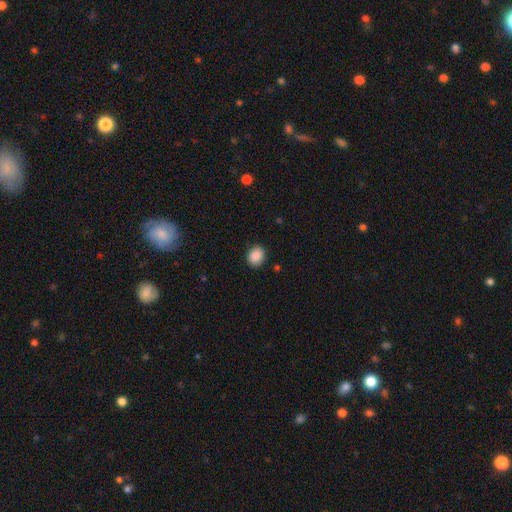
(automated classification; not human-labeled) This appears to be a smooth galaxy with no disk features (89%) that is round (59%). Merging: none (87%).